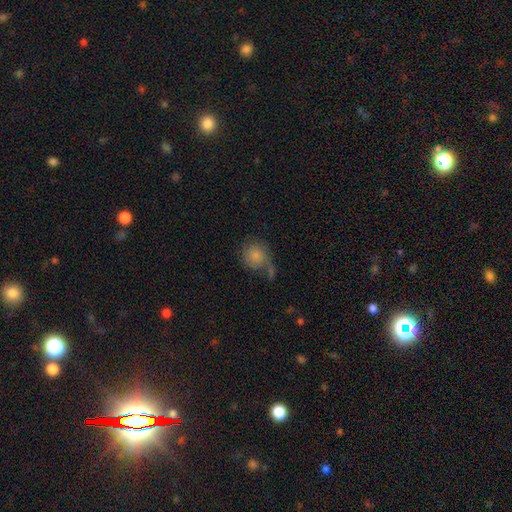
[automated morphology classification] type=smooth (76%); roundness=round (83%); merging=none (43%).